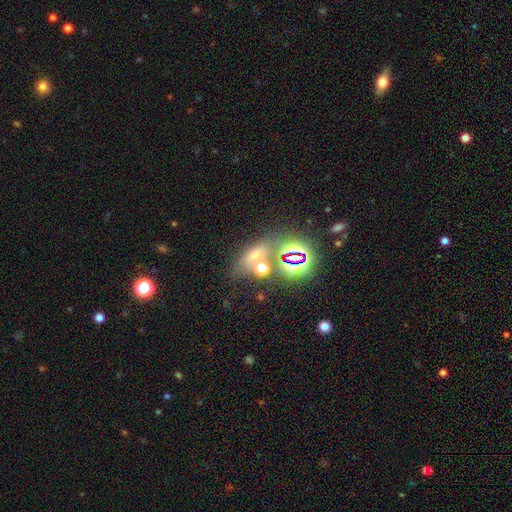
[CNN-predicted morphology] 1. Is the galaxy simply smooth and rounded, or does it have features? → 47% star or artifact, 39% smooth, 14% featured or disk.